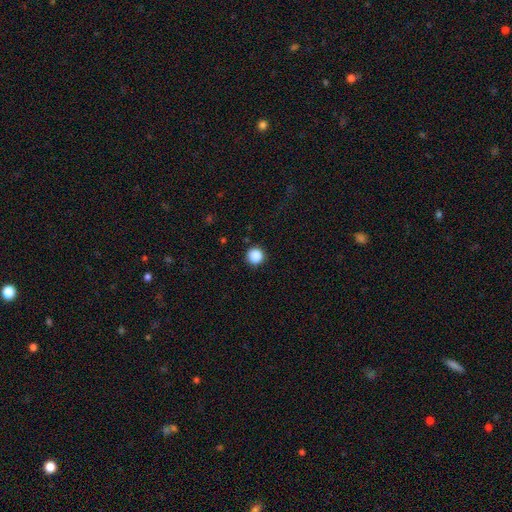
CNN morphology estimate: A smooth galaxy with no disk features (87%) that is round (95%).

Vote fractions:
- Smooth or featured? smooth: 87% / star or artifact: 10% / featured or disk: 3%
- How rounded? round: 95% / in between: 4% / cigar-shaped: 1%
- Merging? none: 91% / minor disturbance: 6% / major disturbance: 2% / merger: 1%